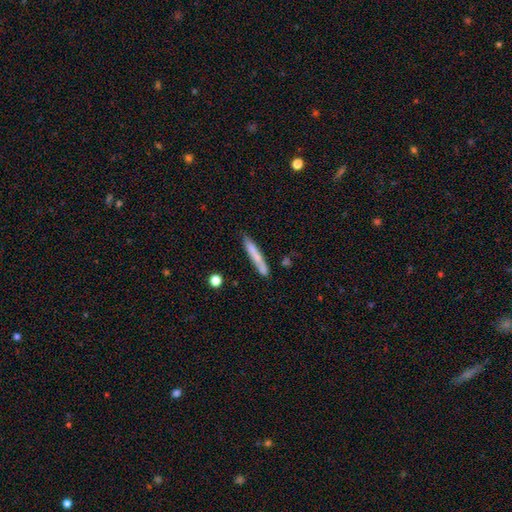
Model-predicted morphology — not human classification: Smooth or featured?
  - smooth: 67% *
  - featured or disk: 27%
  - star or artifact: 7%
How rounded?
  - cigar-shaped: 95% *
  - in between: 4%
  - round: 1%
Merging?
  - none: 77% *
  - minor disturbance: 15%
  - merger: 5%
  - major disturbance: 3%